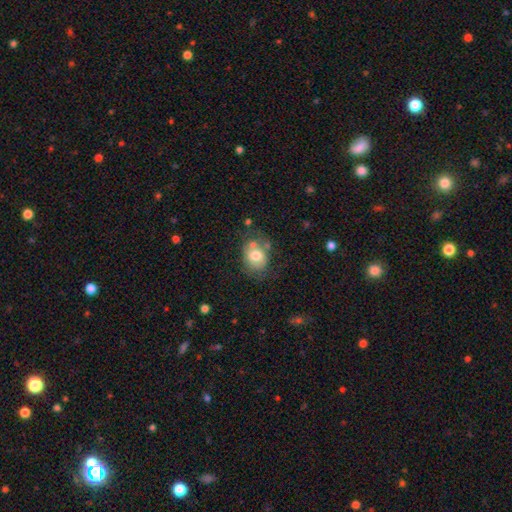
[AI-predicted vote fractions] Smooth or featured? Predicted: smooth (p=0.69). How rounded? Predicted: round (p=0.51). Merging? Predicted: none (p=0.52).